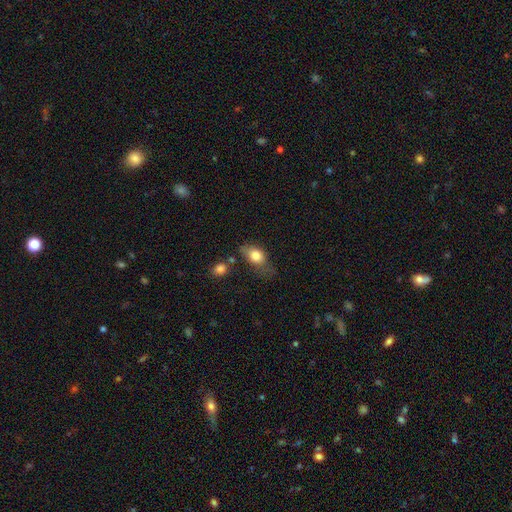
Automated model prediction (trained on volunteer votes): smooth-or-featured: smooth: 78% | featured or disk: 14% | star or artifact: 8%
  how-rounded: in between: 79% | round: 17% | cigar-shaped: 4%
  merging: none: 44% | minor disturbance: 33% | major disturbance: 16% | merger: 7%